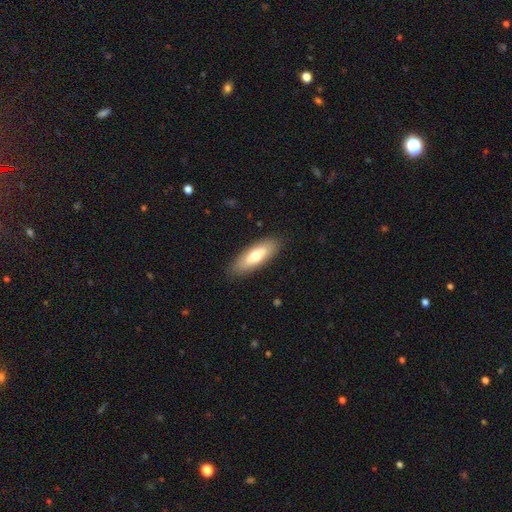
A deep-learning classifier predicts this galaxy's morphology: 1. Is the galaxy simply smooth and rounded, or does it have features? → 66% smooth, 29% featured or disk, 6% star or artifact.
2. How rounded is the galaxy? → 63% in between, 34% cigar-shaped, 2% round.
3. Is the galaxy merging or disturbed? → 86% none, 10% minor disturbance, 2% major disturbance, 1% merger.